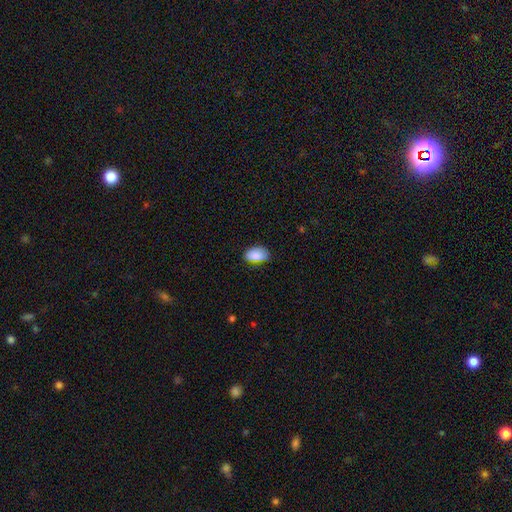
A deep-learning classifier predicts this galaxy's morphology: smooth 88%, star or artifact 7%, featured or disk 5%. Down the decision tree: how rounded — in between (91%); merging — none (75%).